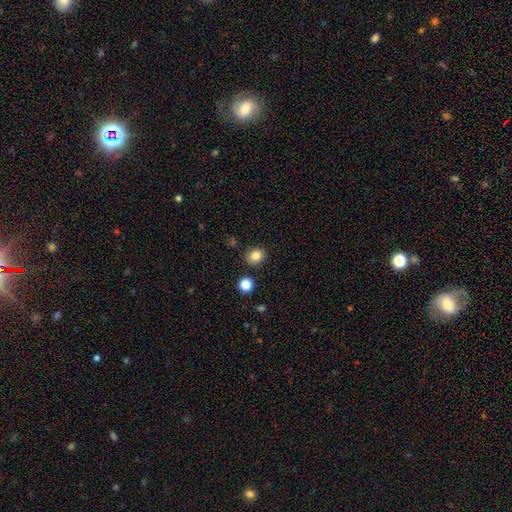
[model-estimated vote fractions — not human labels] Smooth or featured?
  - smooth: 83% *
  - star or artifact: 11%
  - featured or disk: 6%
How rounded?
  - round: 70% *
  - in between: 29%
  - cigar-shaped: 1%
Merging?
  - none: 87% *
  - minor disturbance: 8%
  - merger: 3%
  - major disturbance: 2%